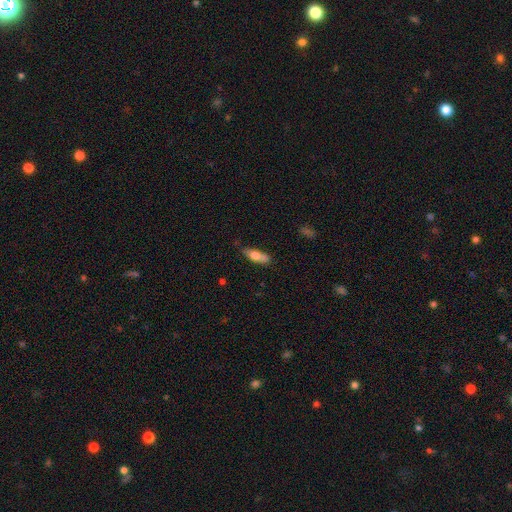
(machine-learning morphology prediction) The model was most divided on "how rounded": in between: 54%, cigar-shaped: 43%, round: 3%. More confident: smooth or featured — smooth (68%); merging — none (60%).